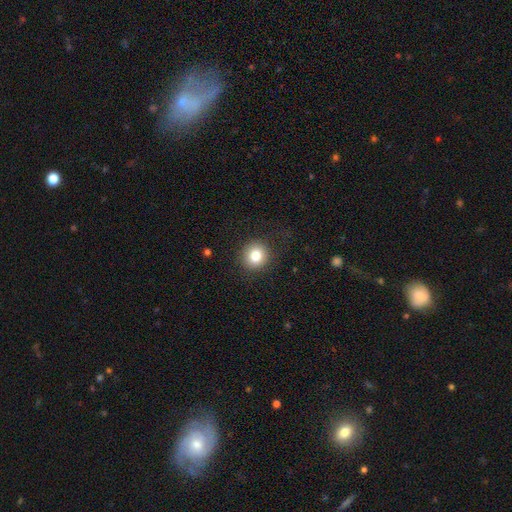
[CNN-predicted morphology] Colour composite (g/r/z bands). It shows a smooth galaxy with no disk features (81%) that is round (90%). Merging: none (88%).